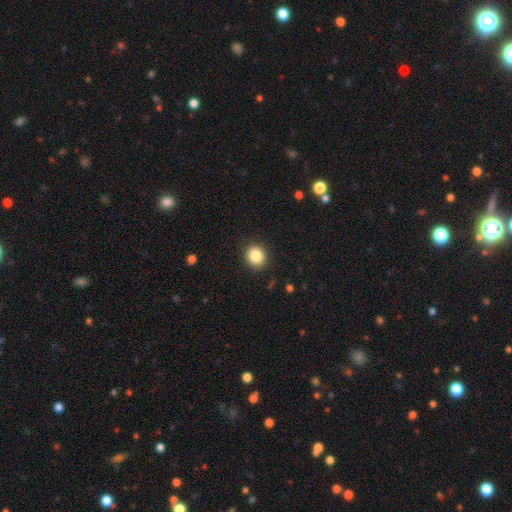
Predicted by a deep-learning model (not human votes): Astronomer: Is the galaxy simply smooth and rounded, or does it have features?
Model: smooth — 85%.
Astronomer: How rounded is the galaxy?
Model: round — 76%.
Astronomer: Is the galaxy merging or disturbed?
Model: none — 90%.